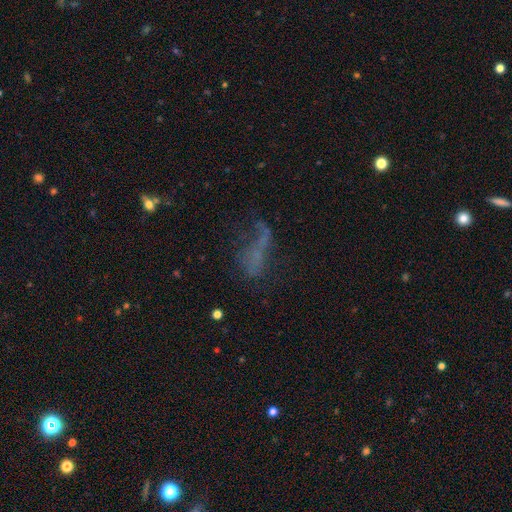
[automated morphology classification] smooth-or-featured: featured or disk: 39% | smooth: 35% | star or artifact: 25%
  merging: major disturbance: 41% | none: 33% | minor disturbance: 18% | merger: 7%